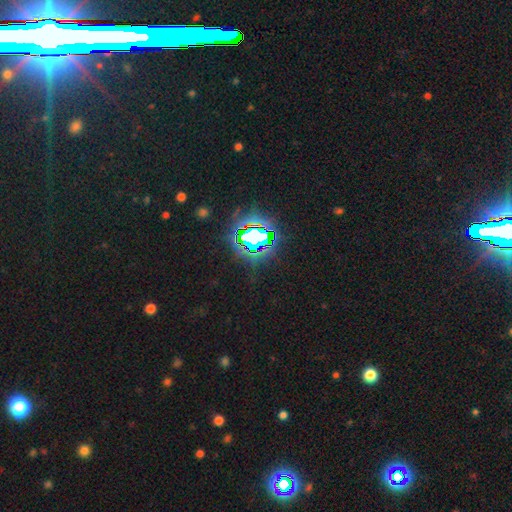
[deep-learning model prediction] Smooth or featured? Predicted: star or artifact (p=0.83).